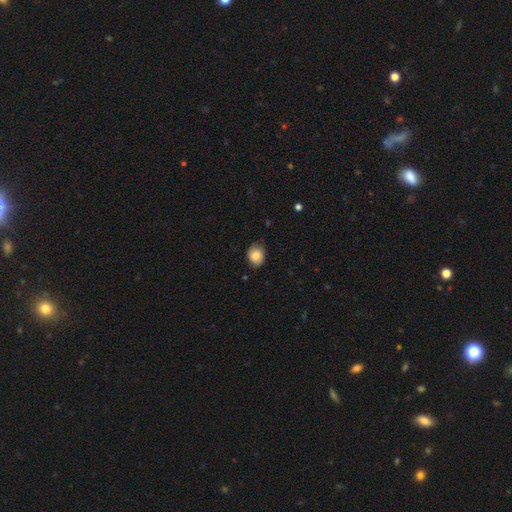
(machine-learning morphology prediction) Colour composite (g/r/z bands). It shows a smooth galaxy with no disk features (82%) that is round (53%). Merging: none (76%).